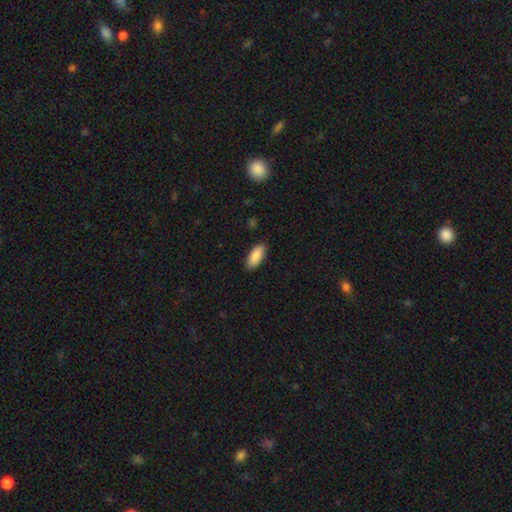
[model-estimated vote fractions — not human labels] This appears to be a smooth galaxy with no disk features (89%) that is in between round and cigar-shaped (88%). Merging: none (88%).